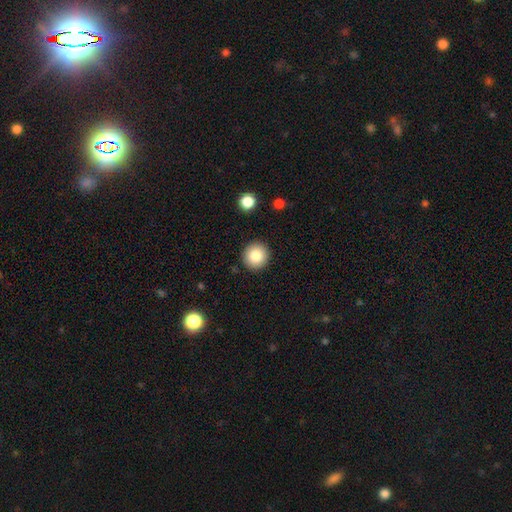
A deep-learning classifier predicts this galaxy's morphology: This appears to be a smooth galaxy with no disk features (83%) that is round (93%). Merging: none (91%).